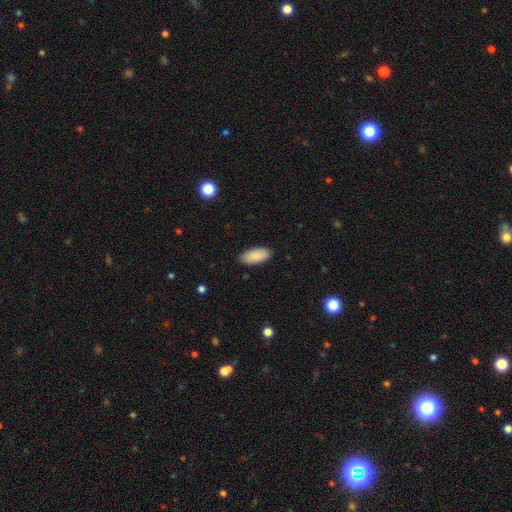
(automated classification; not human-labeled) smooth-or-featured: smooth: 90% | star or artifact: 6% | featured or disk: 4%
  how-rounded: in between: 90% | cigar-shaped: 8% | round: 2%
  merging: none: 89% | minor disturbance: 9% | major disturbance: 2% | merger: 1%